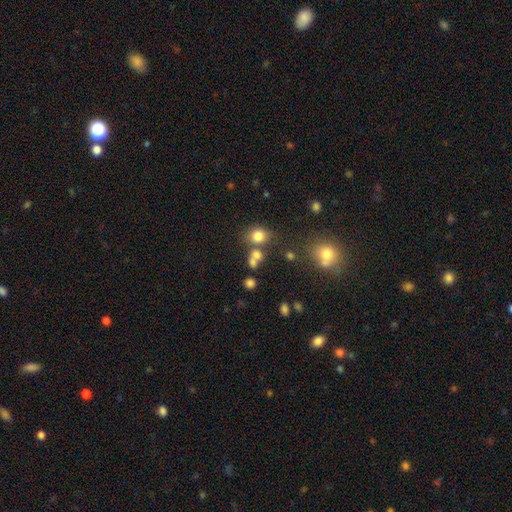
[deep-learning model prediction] This is likely a smooth galaxy (71%). How rounded: likely round (75%). Merging: possibly none (60%).